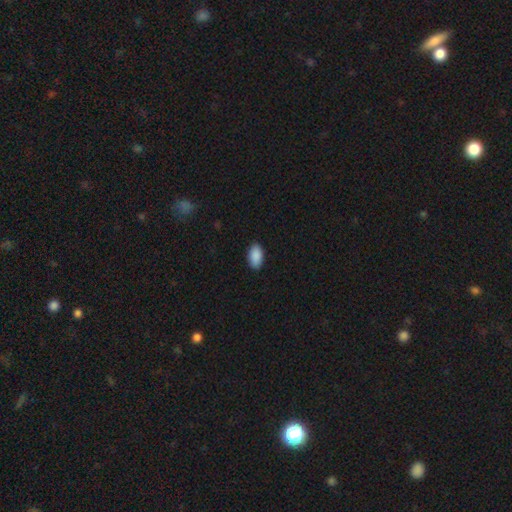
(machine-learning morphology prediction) smooth_or_featured: smooth (p=0.91) [alt: star or artifact p=0.06]
how_rounded: in between (p=0.95) [alt: round p=0.03]
merging: none (p=0.88) [alt: minor disturbance p=0.09]